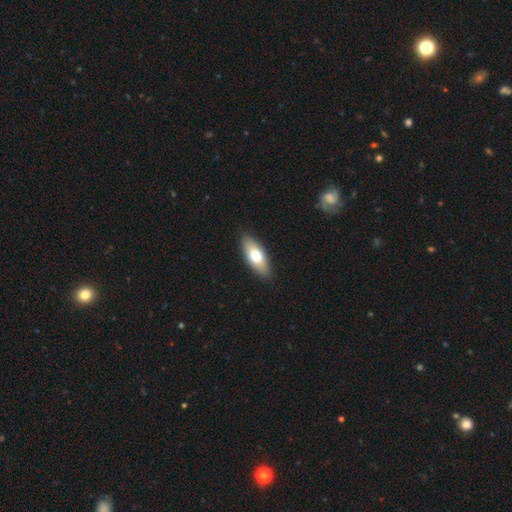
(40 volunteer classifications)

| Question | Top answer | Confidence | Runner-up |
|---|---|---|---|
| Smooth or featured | smooth | 78% | featured or disk (20%) |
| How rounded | in between | 87% | cigar-shaped (13%) |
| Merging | none | 92% | minor disturbance (8%) |